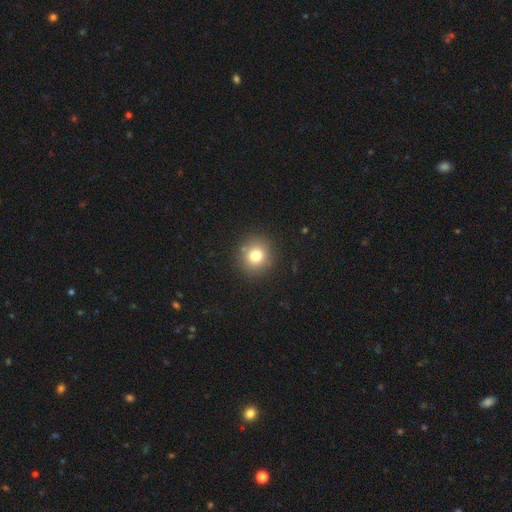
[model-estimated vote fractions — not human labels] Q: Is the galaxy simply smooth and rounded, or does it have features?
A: smooth — 77%.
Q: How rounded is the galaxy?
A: round — 88%.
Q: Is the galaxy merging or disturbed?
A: none — 87%.